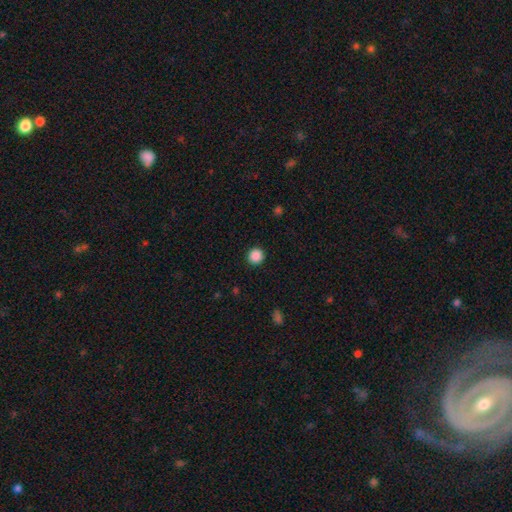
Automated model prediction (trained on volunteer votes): smooth-or-featured: smooth: 88% | star or artifact: 10% | featured or disk: 2%
  how-rounded: round: 95% | in between: 4% | cigar-shaped: 1%
  merging: none: 93% | minor disturbance: 5% | major disturbance: 2% | merger: 1%